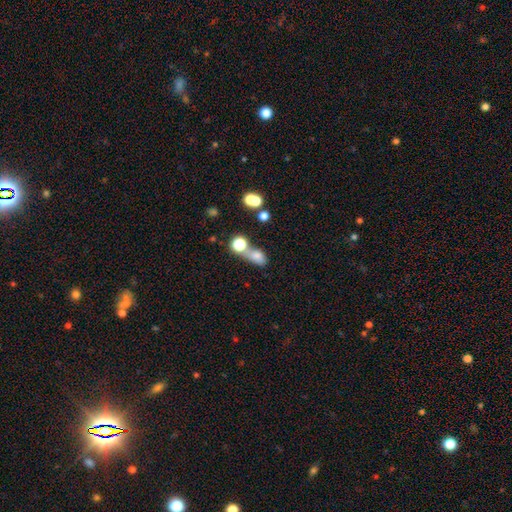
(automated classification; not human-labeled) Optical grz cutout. It shows a smooth galaxy with no disk features (73%) that is in between round and cigar-shaped (64%). Merging: merger (41%).